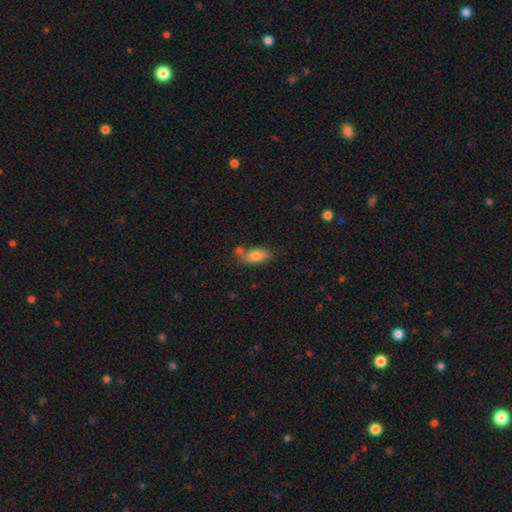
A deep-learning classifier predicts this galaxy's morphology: Smooth or featured? smooth (79%)
How rounded? in between (83%)
Merging? none (62%)